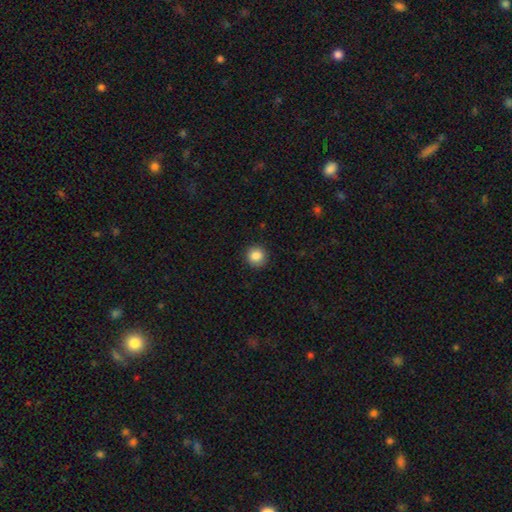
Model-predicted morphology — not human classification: The model was most divided on "smooth or featured": smooth: 86%, star or artifact: 9%, featured or disk: 5%. More confident: how rounded — round (93%); merging — none (90%).